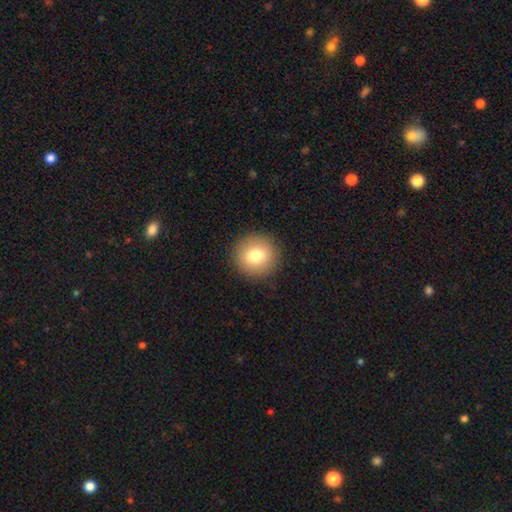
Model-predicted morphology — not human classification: This is likely a smooth galaxy (77%). How rounded: clearly round (95%). Merging: clearly none (92%).